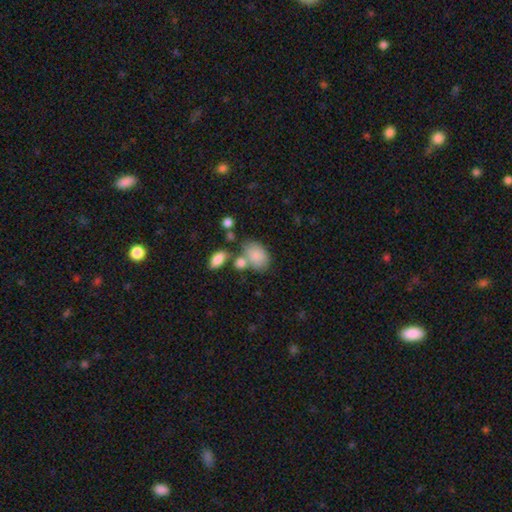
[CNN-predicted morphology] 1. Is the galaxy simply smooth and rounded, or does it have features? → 82% smooth, 10% featured or disk, 8% star or artifact.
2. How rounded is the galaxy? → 81% in between, 18% round, 1% cigar-shaped.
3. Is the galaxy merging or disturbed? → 48% none, 25% merger, 19% minor disturbance, 8% major disturbance.